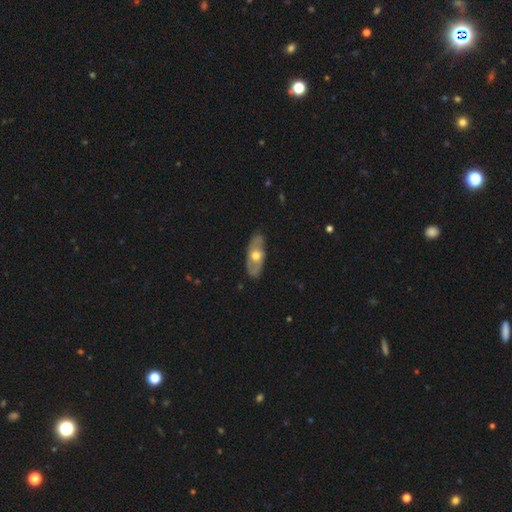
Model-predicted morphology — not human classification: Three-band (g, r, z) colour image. It shows a featured or disk galaxy (55%). Merging: none (82%).